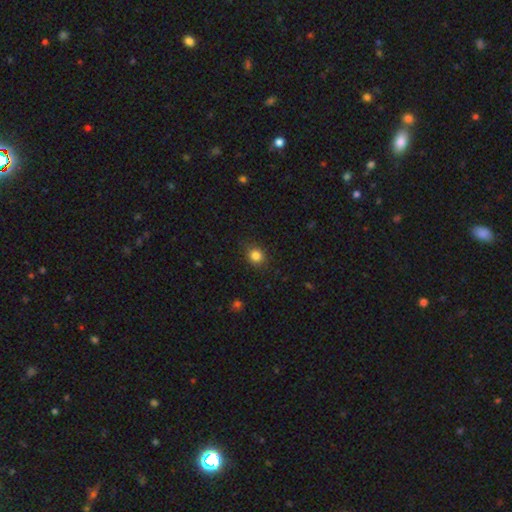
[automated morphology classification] Overall: smooth (83%). How rounded: round (76%). Merging: none (86%).